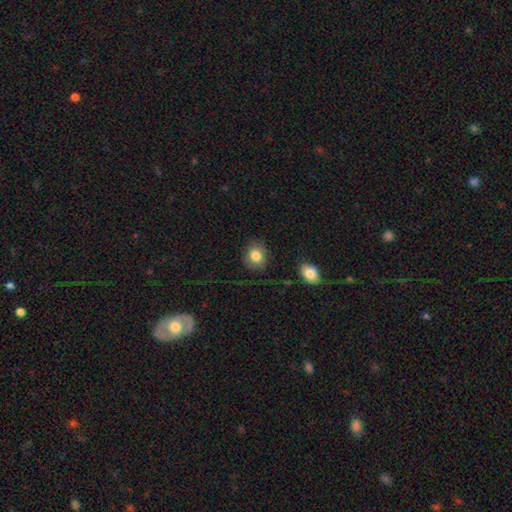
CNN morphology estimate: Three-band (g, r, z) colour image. It shows a smooth galaxy with no disk features (83%) that is round (59%). Merging: none (83%).